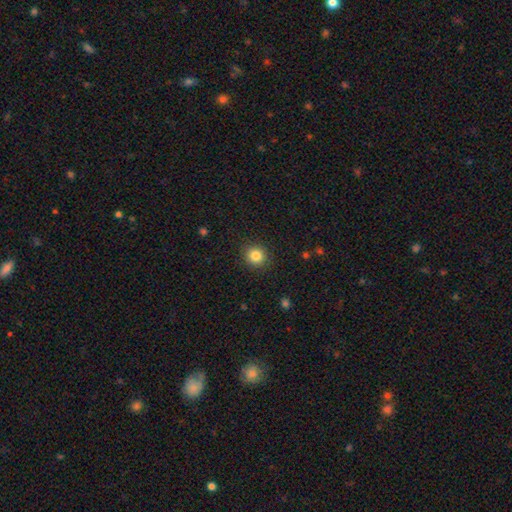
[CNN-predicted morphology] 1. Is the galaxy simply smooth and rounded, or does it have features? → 84% smooth, 11% star or artifact, 6% featured or disk.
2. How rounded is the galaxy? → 90% round, 9% in between, 1% cigar-shaped.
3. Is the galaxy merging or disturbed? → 90% none, 6% minor disturbance, 2% major disturbance, 1% merger.